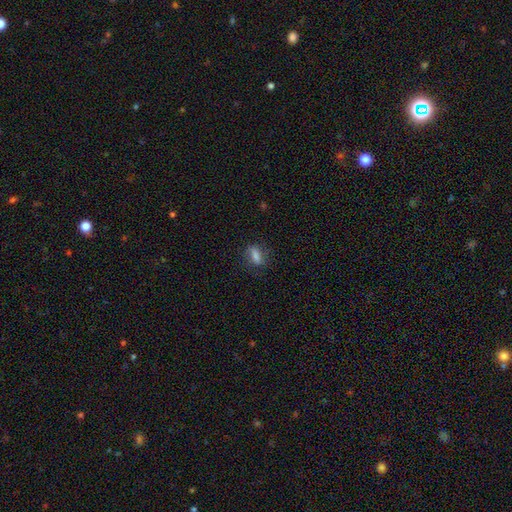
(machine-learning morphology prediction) smooth-or-featured: smooth: 68% | featured or disk: 22% | star or artifact: 10%
  how-rounded: in between: 61% | cigar-shaped: 27% | round: 12%
  merging: none: 74% | minor disturbance: 18% | major disturbance: 7% | merger: 2%